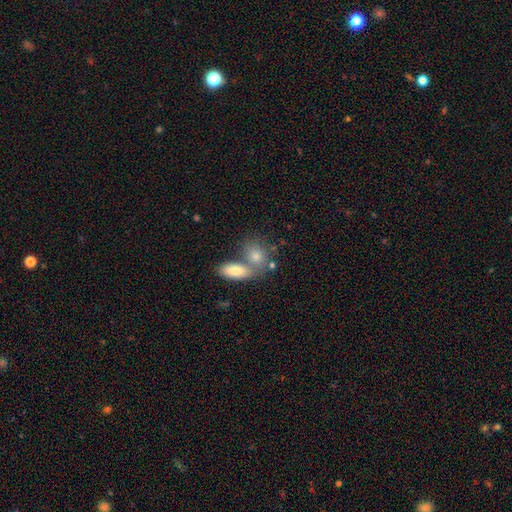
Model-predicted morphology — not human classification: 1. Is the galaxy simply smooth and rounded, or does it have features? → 79% smooth, 14% featured or disk, 7% star or artifact.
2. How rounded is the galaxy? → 64% in between, 31% round, 5% cigar-shaped.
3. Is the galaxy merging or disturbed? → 46% merger, 40% none, 10% minor disturbance, 4% major disturbance.